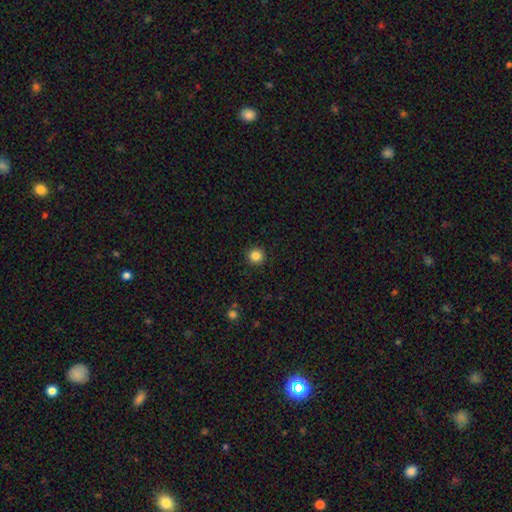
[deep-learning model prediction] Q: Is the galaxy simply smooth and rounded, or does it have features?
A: smooth — 85%.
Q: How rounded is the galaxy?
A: round — 94%.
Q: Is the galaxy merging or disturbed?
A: none — 92%.